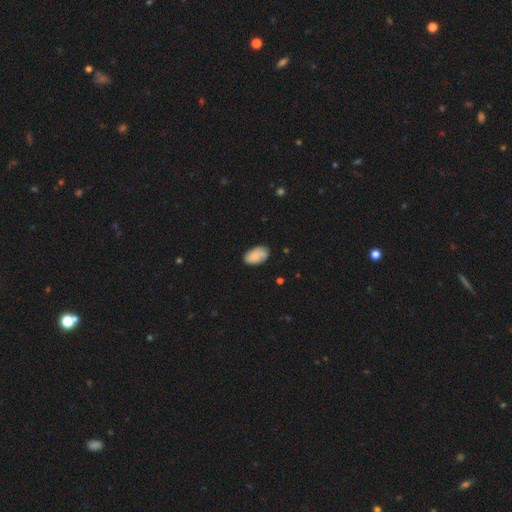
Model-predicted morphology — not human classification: Smooth or featured? smooth (79%)
How rounded? in between (93%)
Merging? none (77%)